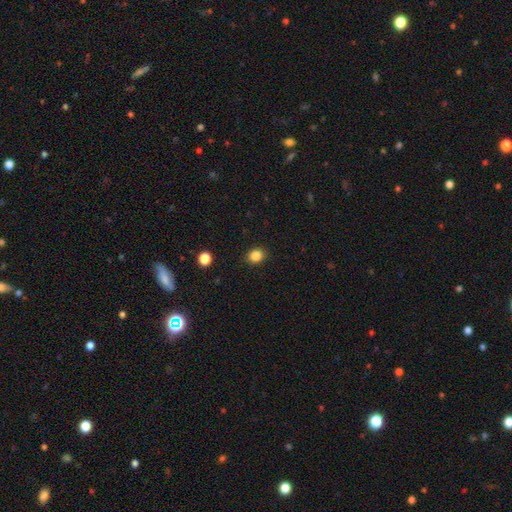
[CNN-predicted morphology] This is clearly a smooth galaxy (85%). How rounded: likely round (61%). Merging: clearly none (89%).